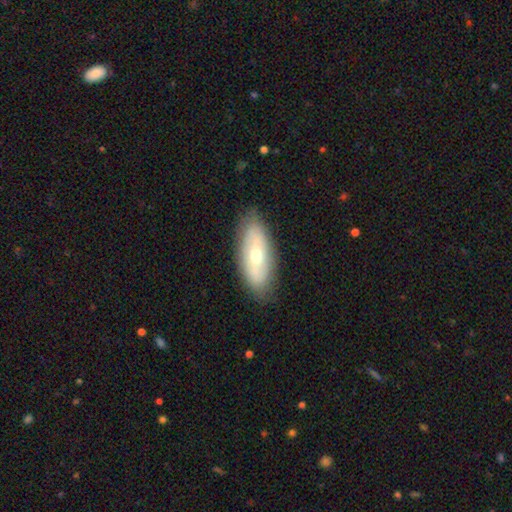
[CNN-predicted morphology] smooth-or-featured: smooth: 50% | featured or disk: 44% | star or artifact: 6%
  how-rounded: in between: 83% | cigar-shaped: 14% | round: 3%
  merging: none: 82% | minor disturbance: 13% | major disturbance: 3% | merger: 1%